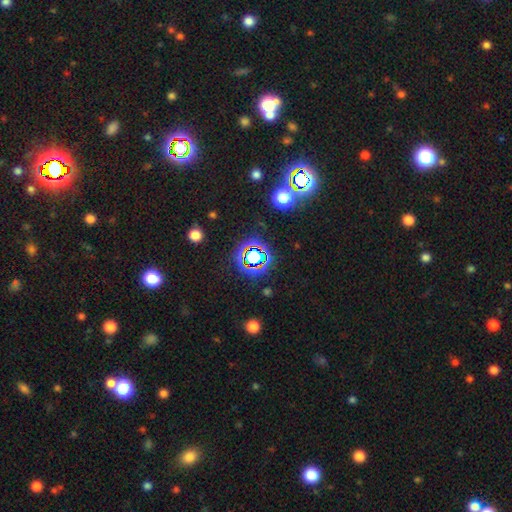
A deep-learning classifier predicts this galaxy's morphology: Smooth or featured? Predicted: star or artifact (p=0.70).